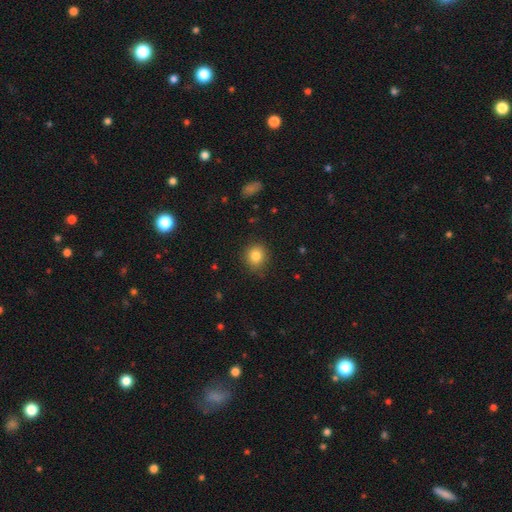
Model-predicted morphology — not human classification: Smooth or featured: smooth — 83% (star or artifact — 10%)
How rounded: round — 82% (in between — 17%)
Merging: none — 85% (minor disturbance — 11%)